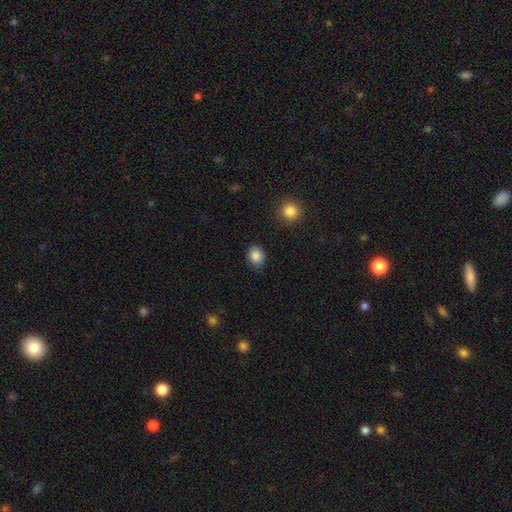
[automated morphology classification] Smooth or featured: smooth — 87% (star or artifact — 9%)
How rounded: round — 61% (in between — 38%)
Merging: none — 84% (minor disturbance — 12%)